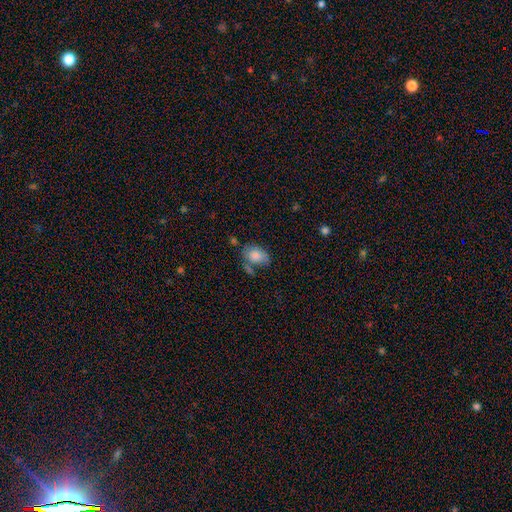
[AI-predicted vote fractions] Overall: smooth (80%). How rounded: in between (78%). Merging: none (48%; minor disturbance 25%).